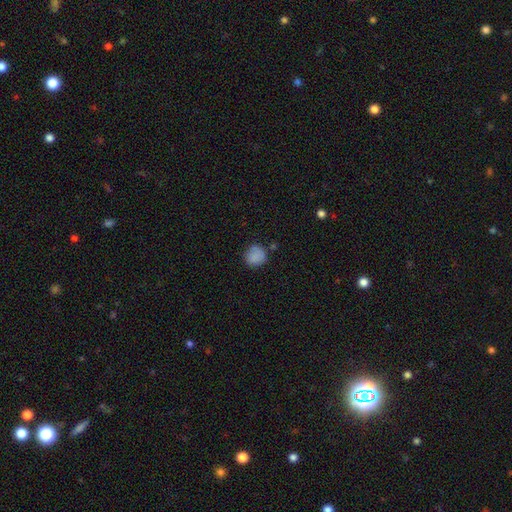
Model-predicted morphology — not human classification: The model was most divided on "merging": none: 72%, minor disturbance: 18%, merger: 5%, major disturbance: 5%. More confident: how rounded — round (86%); smooth or featured — smooth (84%).